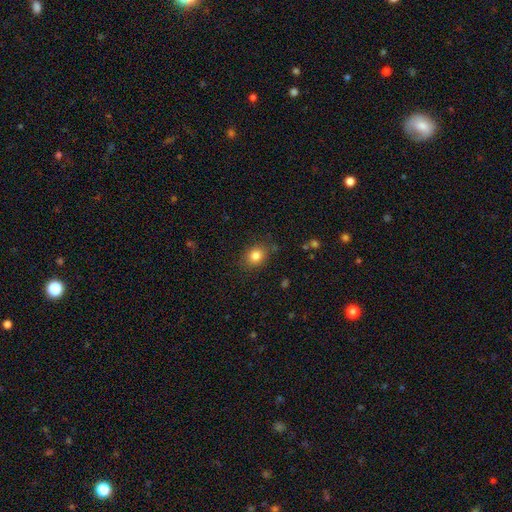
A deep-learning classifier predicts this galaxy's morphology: This is clearly a smooth galaxy (83%). How rounded: possibly round (58%). Merging: clearly none (83%).